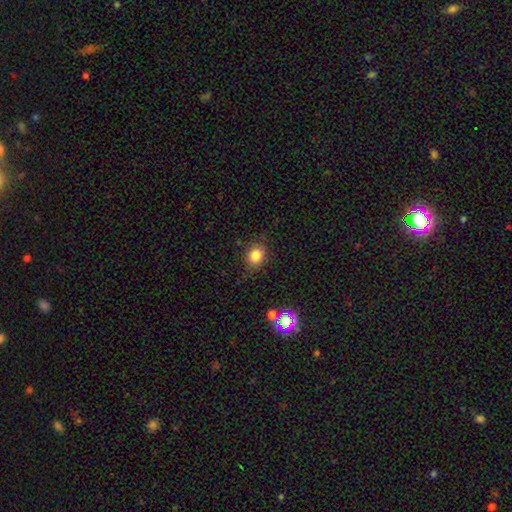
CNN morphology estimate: Smooth or featured? Predicted: smooth (p=0.82). How rounded? Predicted: round (p=0.56). Merging? Predicted: none (p=0.81).